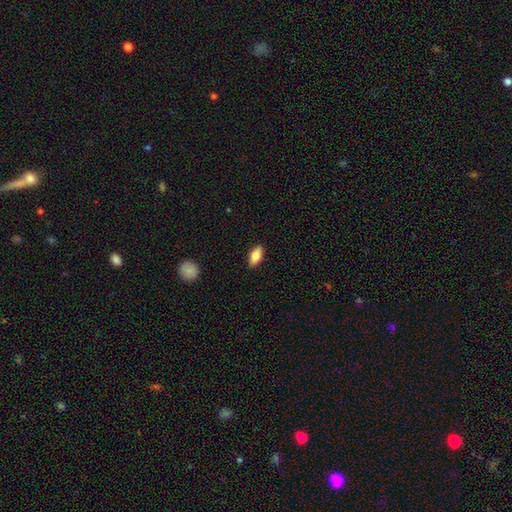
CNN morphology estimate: The model was most divided on "smooth or featured": smooth: 76%, featured or disk: 17%, star or artifact: 7%. More confident: merging — none (89%); how rounded — in between (85%).